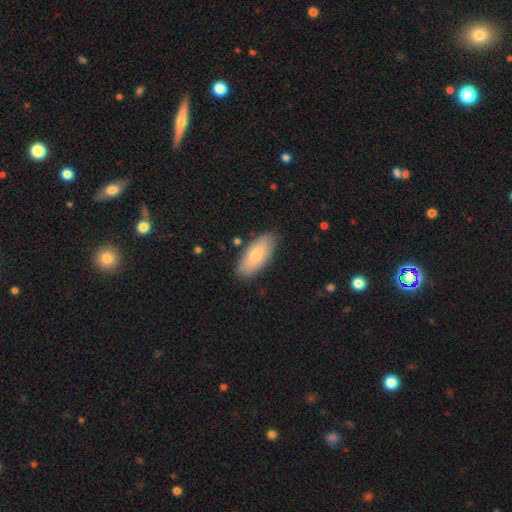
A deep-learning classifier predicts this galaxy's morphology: smooth_or_featured: smooth (p=0.74) [alt: featured or disk p=0.21]
how_rounded: in between (p=0.88) [alt: cigar-shaped p=0.09]
merging: none (p=0.83) [alt: minor disturbance p=0.12]